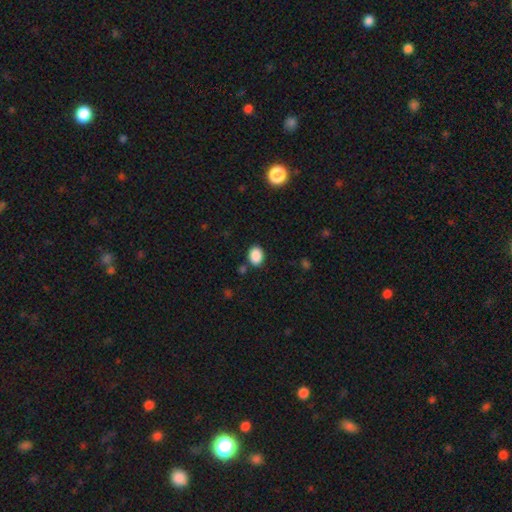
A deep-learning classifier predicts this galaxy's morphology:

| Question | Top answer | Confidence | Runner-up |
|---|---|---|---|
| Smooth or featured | smooth | 88% | star or artifact (9%) |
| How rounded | in between | 61% | round (39%) |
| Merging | none | 84% | minor disturbance (10%) |